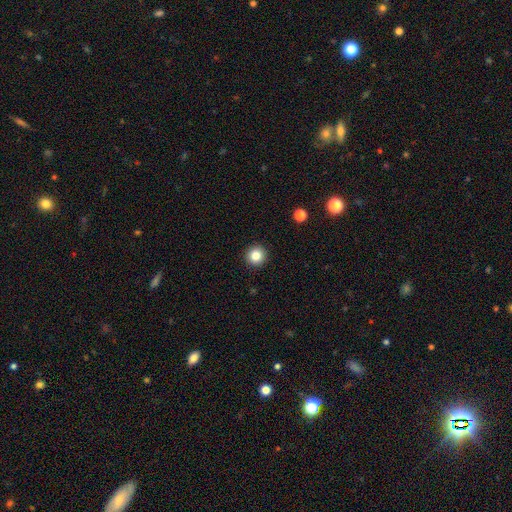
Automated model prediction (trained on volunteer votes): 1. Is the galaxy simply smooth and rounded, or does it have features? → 83% smooth, 11% star or artifact, 6% featured or disk.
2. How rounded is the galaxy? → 95% round, 4% in between, 1% cigar-shaped.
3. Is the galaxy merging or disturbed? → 93% none, 4% minor disturbance, 1% major disturbance, 1% merger.